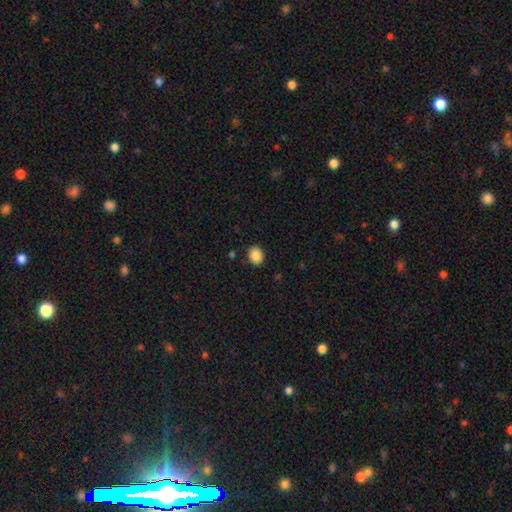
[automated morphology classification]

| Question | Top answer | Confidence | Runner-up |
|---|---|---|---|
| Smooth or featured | smooth | 88% | star or artifact (9%) |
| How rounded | in between | 51% | round (48%) |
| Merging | none | 89% | minor disturbance (8%) |